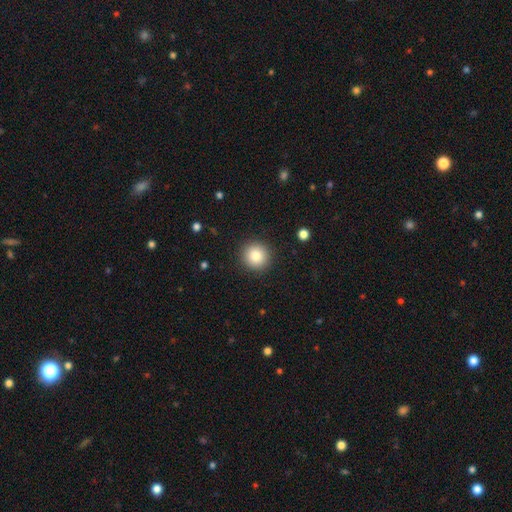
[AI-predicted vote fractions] A smooth galaxy with no disk features (83%) that is round (93%). Merging: none (91%).